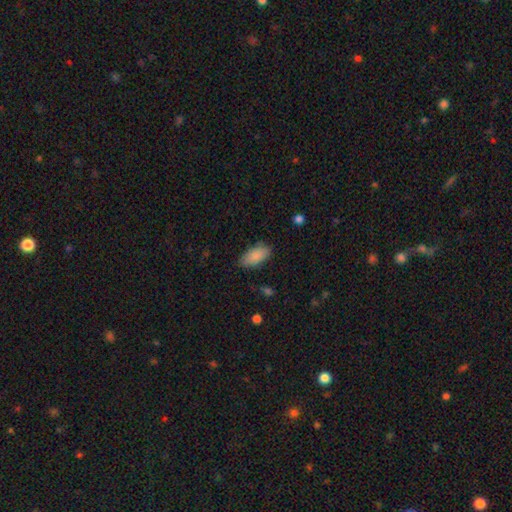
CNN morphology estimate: This appears to be a smooth galaxy with no disk features (88%) that is in between round and cigar-shaped (92%). Merging: none (80%).